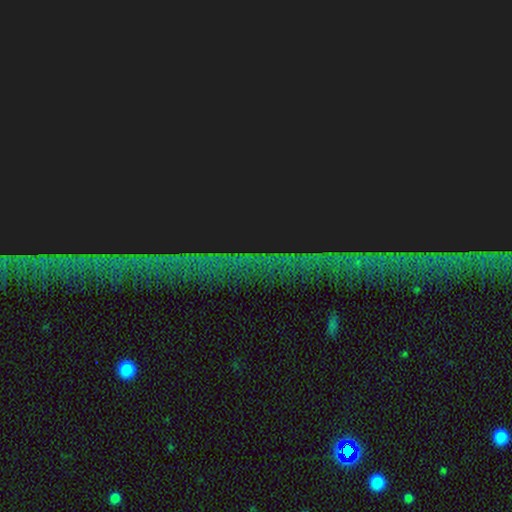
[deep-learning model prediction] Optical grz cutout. It shows a star or artifact, not a galaxy (84%).